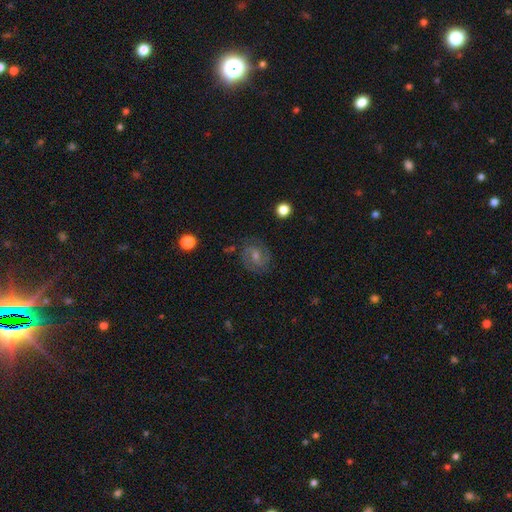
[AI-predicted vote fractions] Q: Smooth or featured?
A: featured or disk (70%); runner-up: smooth (17%)
Q: Edge-on disk?
A: no (97%); runner-up: yes (3%)
Q: Bar?
A: weak (48%); runner-up: no (41%)
Q: Spiral arms?
A: yes (92%); runner-up: no (8%)
Q: Spiral winding?
A: tight (45%); runner-up: medium (42%)
Q: Spiral arm count?
A: 2 (70%); runner-up: can't tell (16%)
Q: Bulge size?
A: small (48%); runner-up: moderate (46%)
Q: Merging?
A: none (82%); runner-up: minor disturbance (12%)